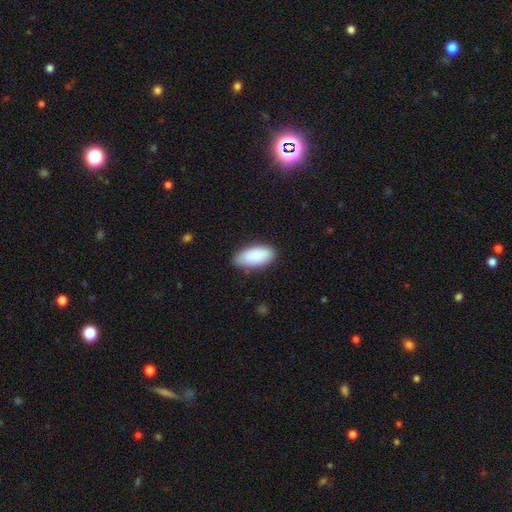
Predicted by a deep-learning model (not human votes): Morphology: type=smooth (88%); roundness=in between (92%); merging=none (80%).